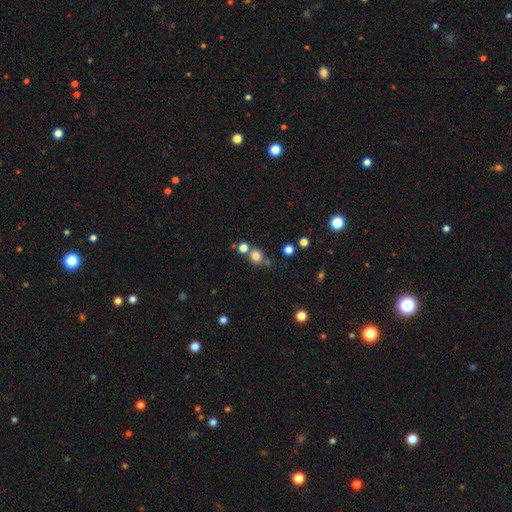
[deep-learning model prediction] A smooth galaxy with no disk features (77%) that is round (86%). Merging: none (59%).